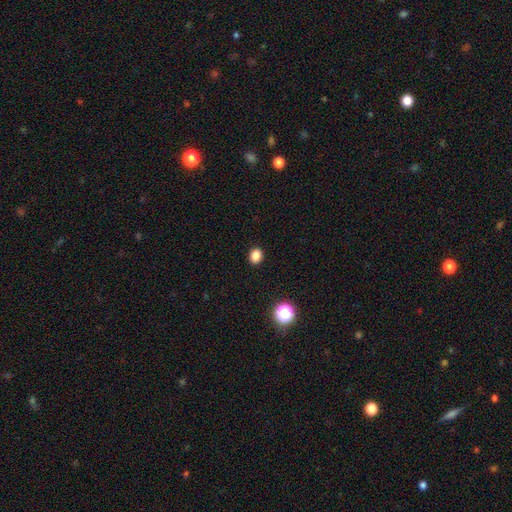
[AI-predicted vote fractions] Q: Smooth or featured?
A: smooth (84%); runner-up: star or artifact (12%)
Q: How rounded?
A: round (54%); runner-up: in between (45%)
Q: Merging?
A: none (91%); runner-up: minor disturbance (6%)